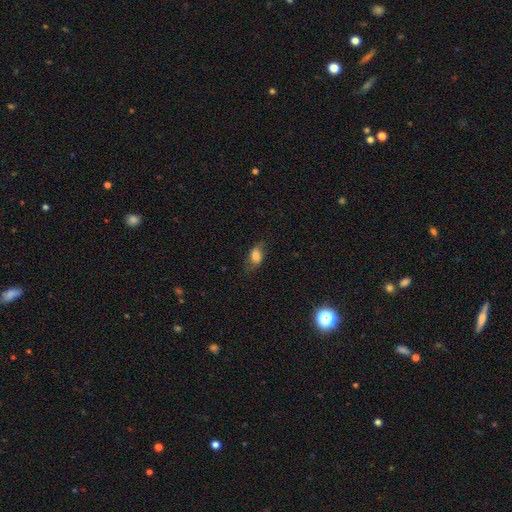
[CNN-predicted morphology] This is likely a smooth galaxy (74%). How rounded: clearly in between (83%). Merging: likely none (63%).